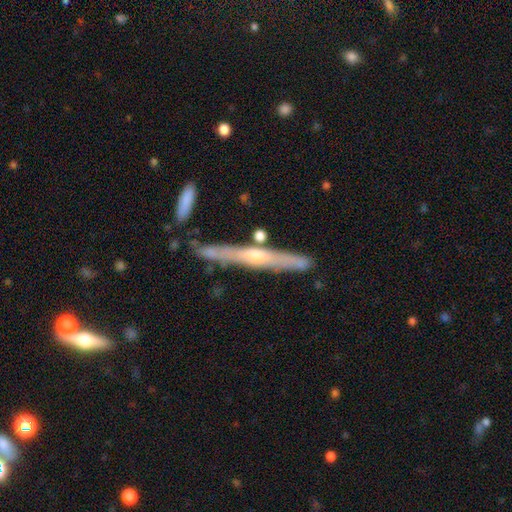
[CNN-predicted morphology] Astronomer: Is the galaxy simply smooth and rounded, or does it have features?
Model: featured or disk — 69%.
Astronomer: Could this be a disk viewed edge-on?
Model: yes — 94%.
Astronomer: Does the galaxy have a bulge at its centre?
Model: rounded — 66%.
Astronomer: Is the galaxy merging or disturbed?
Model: none — 80%.